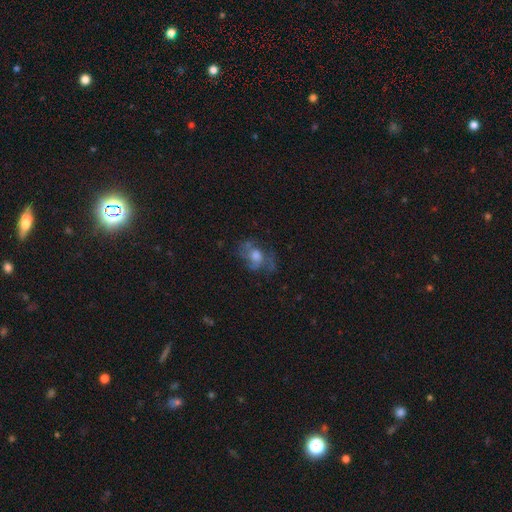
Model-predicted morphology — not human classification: The model was most divided on "bulge size": moderate: 50%, large: 28%, small: 14%, none: 6%, dominant: 3%. More confident: edge-on disk — no (95%); bar — no (78%); spiral arms — yes (63%); smooth or featured — featured or disk (58%); merging — none (53%).